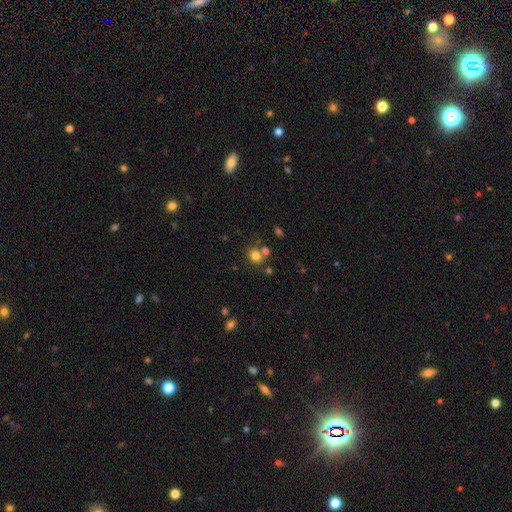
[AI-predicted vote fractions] A smooth galaxy with no disk features (77%) that is round (70%). Merging: none (59%).